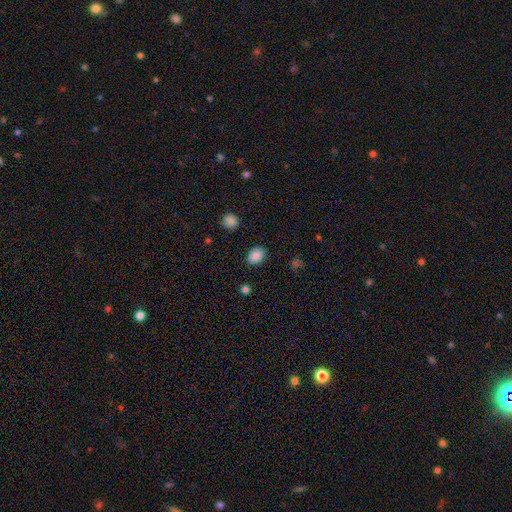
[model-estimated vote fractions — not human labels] Smooth or featured? Predicted: smooth (p=0.87). How rounded? Predicted: in between (p=0.62). Merging? Predicted: none (p=0.87).